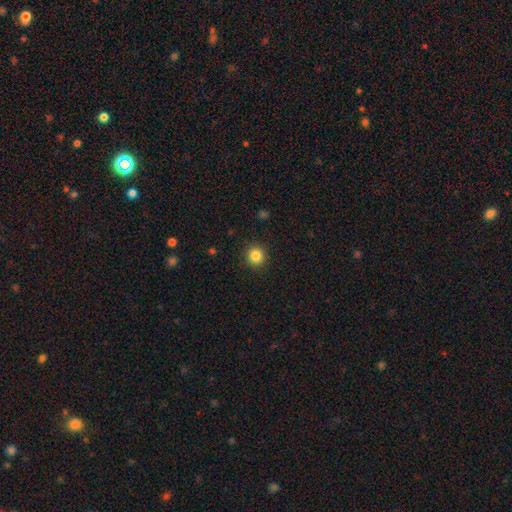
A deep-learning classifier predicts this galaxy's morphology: A smooth galaxy with no disk features (85%) that is round (92%). Merging: none (92%).